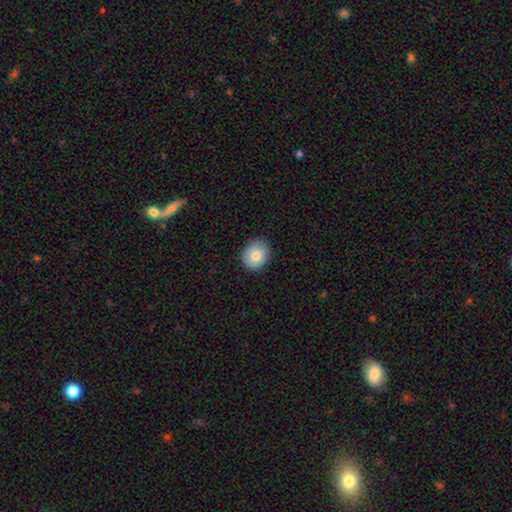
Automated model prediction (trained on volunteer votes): Smooth or featured? Predicted: smooth (p=0.82). How rounded? Predicted: round (p=0.66). Merging? Predicted: none (p=0.85).